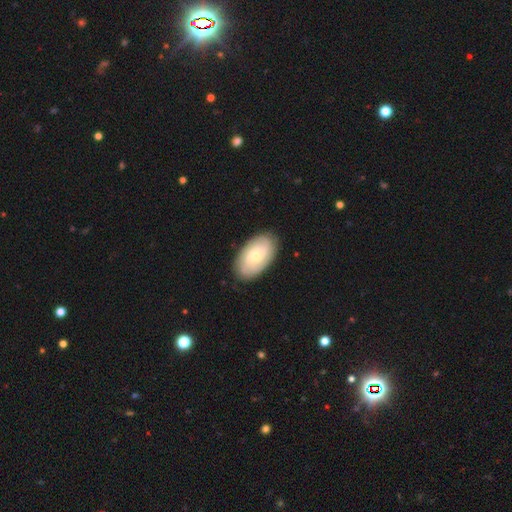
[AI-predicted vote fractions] A featured or disk galaxy (49%).

Vote fractions:
- Smooth or featured? featured or disk: 49% / smooth: 45% / star or artifact: 6%
- Merging? none: 85% / minor disturbance: 11% / major disturbance: 3% / merger: 1%